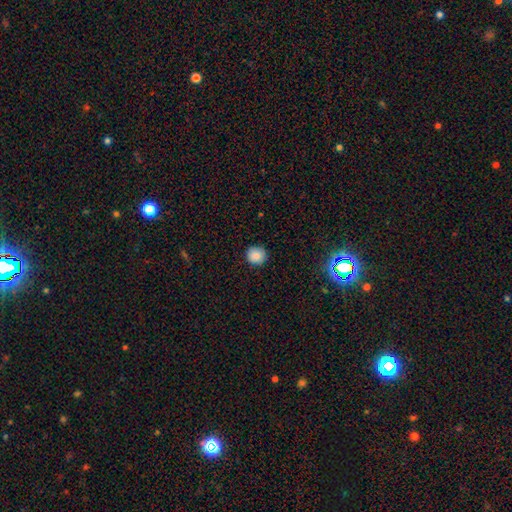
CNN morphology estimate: Overall: smooth (86%). How rounded: round (92%). Merging: none (89%).